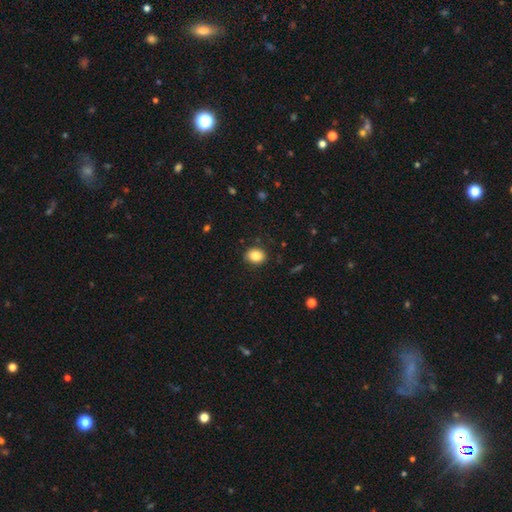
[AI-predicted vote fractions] A smooth galaxy with no disk features (83%) that is round (53%).

Vote fractions:
- Smooth or featured? smooth: 83% / star or artifact: 9% / featured or disk: 7%
- How rounded? round: 53% / in between: 46% / cigar-shaped: 1%
- Merging? none: 85% / minor disturbance: 11% / major disturbance: 3% / merger: 1%